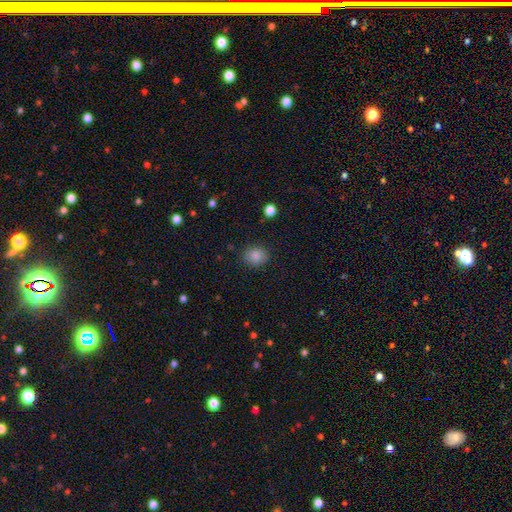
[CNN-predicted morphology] Smooth or featured: smooth — 85% (star or artifact — 10%)
How rounded: round — 60% (in between — 39%)
Merging: none — 87% (minor disturbance — 9%)